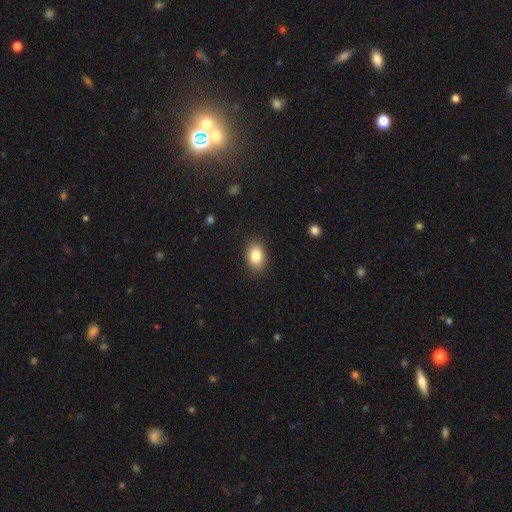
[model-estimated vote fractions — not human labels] Smooth or featured? smooth (84%)
How rounded? in between (77%)
Merging? none (88%)